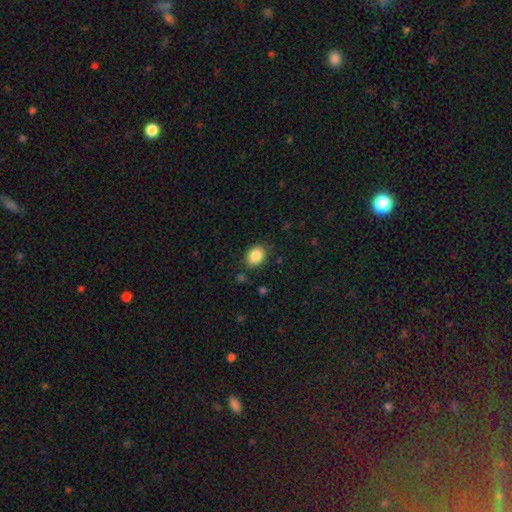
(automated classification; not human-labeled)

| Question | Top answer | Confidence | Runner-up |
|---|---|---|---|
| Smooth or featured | smooth | 87% | star or artifact (9%) |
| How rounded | in between | 59% | round (40%) |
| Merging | none | 83% | minor disturbance (12%) |